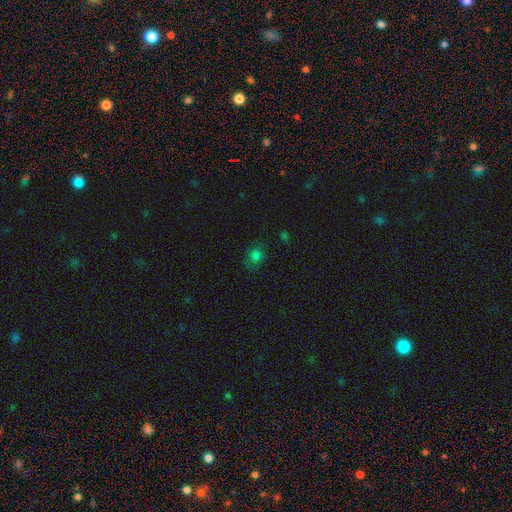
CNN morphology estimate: smooth-or-featured: smooth: 69% | star or artifact: 21% | featured or disk: 10%
  how-rounded: round: 72% | in between: 26% | cigar-shaped: 1%
  merging: none: 69% | minor disturbance: 19% | major disturbance: 9% | merger: 2%